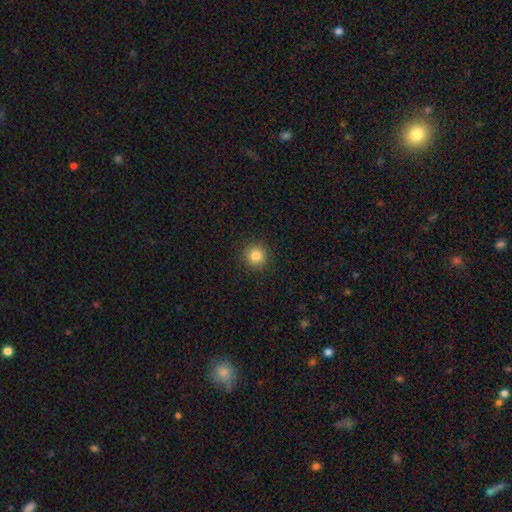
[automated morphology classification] Smooth or featured?
  - smooth: 83% *
  - star or artifact: 12%
  - featured or disk: 5%
How rounded?
  - round: 94% *
  - in between: 5%
  - cigar-shaped: 1%
Merging?
  - none: 92% *
  - minor disturbance: 5%
  - major disturbance: 2%
  - merger: 1%